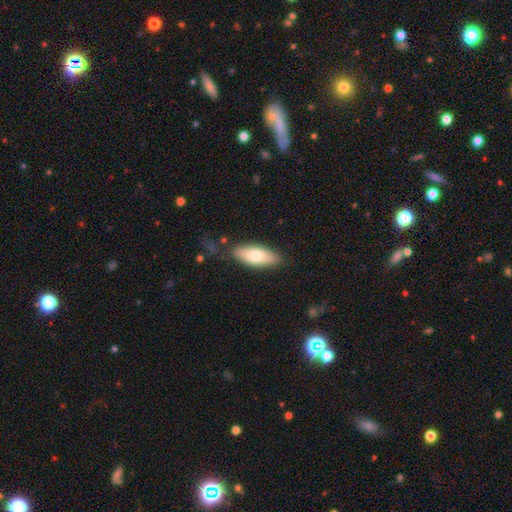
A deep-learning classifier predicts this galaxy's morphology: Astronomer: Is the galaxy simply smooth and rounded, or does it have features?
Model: smooth — 73%.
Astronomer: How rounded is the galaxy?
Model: in between — 75%.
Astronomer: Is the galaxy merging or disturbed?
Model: none — 81%.